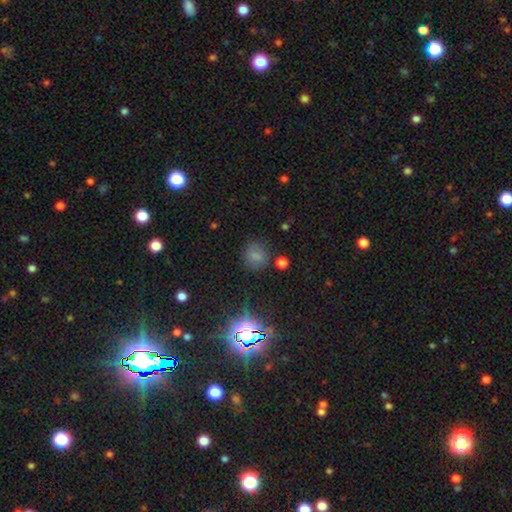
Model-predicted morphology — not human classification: smooth_or_featured: smooth (p=0.69) [alt: star or artifact p=0.22]
how_rounded: round (p=0.73) [alt: in between p=0.25]
merging: none (p=0.78) [alt: minor disturbance p=0.14]